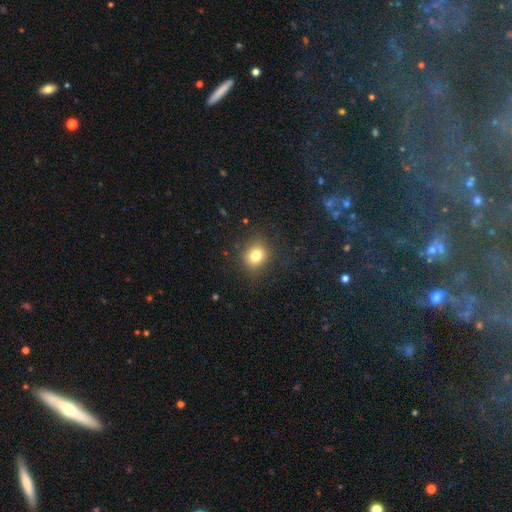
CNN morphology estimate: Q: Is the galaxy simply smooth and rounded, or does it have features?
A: smooth — 79%.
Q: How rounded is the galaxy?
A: round — 72%.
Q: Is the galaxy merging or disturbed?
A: none — 84%.